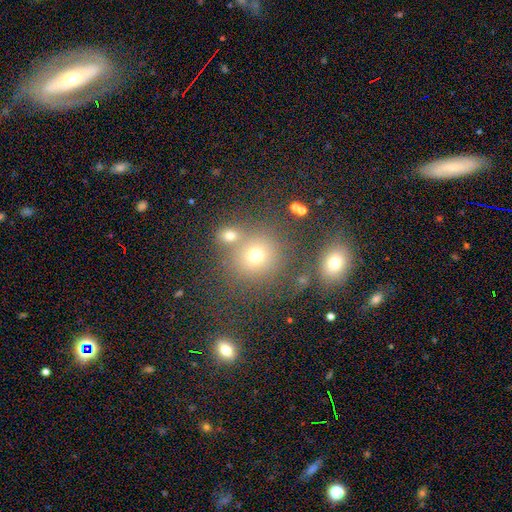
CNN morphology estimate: Smooth or featured? smooth (68%)
How rounded? round (84%)
Merging? none (66%)